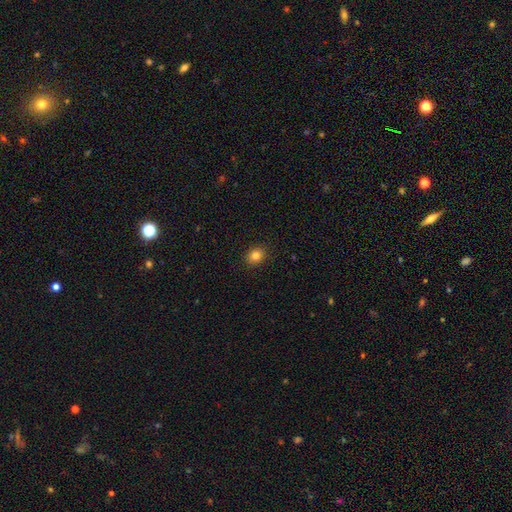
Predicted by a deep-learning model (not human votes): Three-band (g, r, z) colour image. It shows a smooth galaxy with no disk features (82%) that is round (59%). Merging: none (90%).